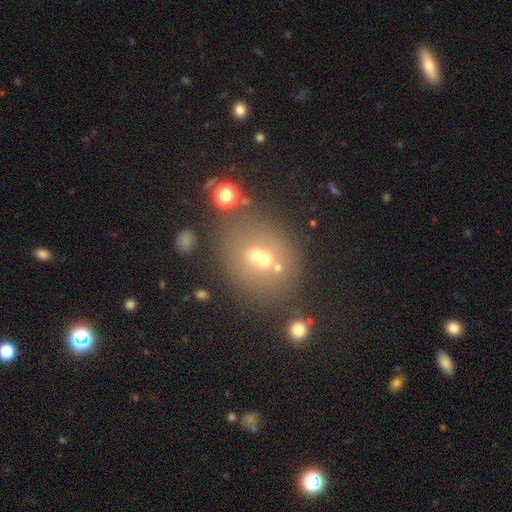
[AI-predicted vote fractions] Morphology: type=smooth (53%); roundness=round (73%); merging=none (48%).